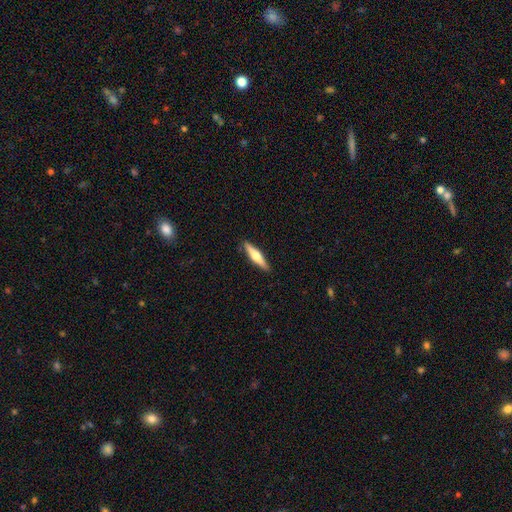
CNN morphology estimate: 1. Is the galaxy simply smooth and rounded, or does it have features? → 52% featured or disk, 43% smooth, 5% star or artifact.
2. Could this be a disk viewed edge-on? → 96% yes, 4% no.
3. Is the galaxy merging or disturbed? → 91% none, 7% minor disturbance, 1% major disturbance, 1% merger.